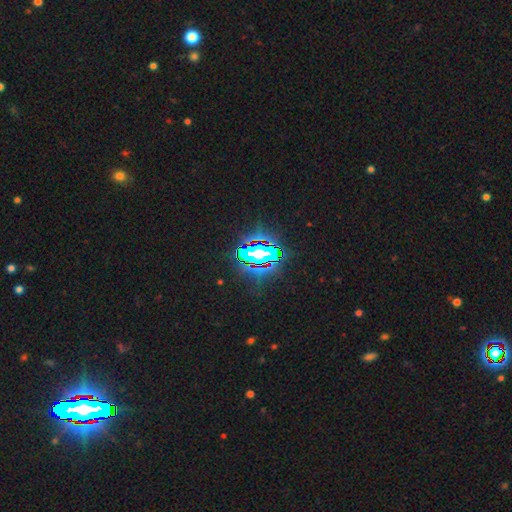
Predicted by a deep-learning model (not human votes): Q: Smooth or featured?
A: star or artifact (85%); runner-up: smooth (9%)